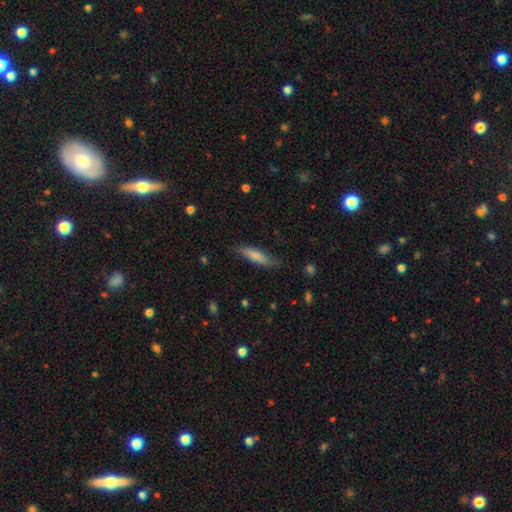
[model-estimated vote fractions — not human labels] A smooth galaxy with no disk features (78%) that is cigar-shaped (71%).

Vote fractions:
- Smooth or featured? smooth: 78% / featured or disk: 16% / star or artifact: 6%
- How rounded? cigar-shaped: 71% / in between: 28% / round: 2%
- Merging? none: 77% / minor disturbance: 18% / major disturbance: 4% / merger: 1%